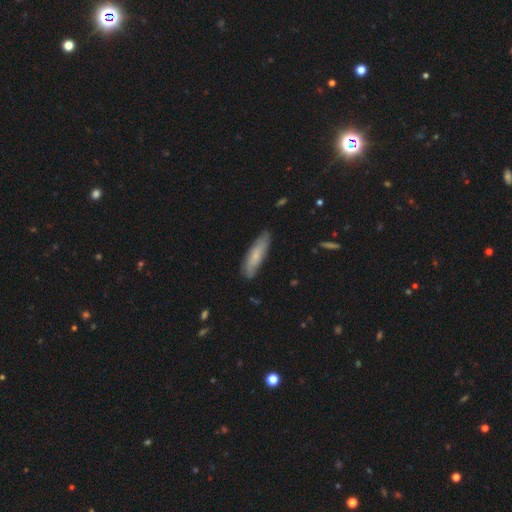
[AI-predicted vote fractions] This is likely a smooth galaxy (60%). How rounded: likely cigar-shaped (65%). Merging: likely none (78%).